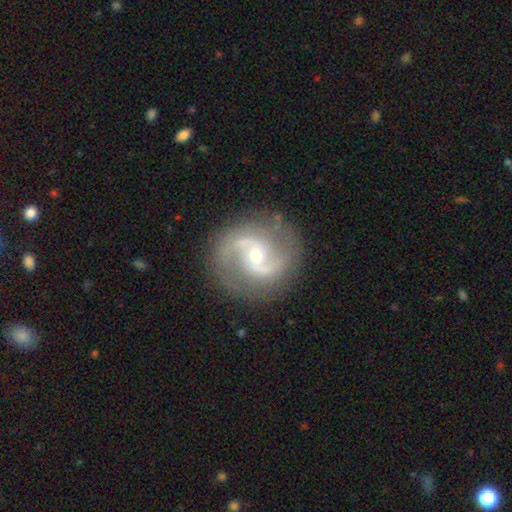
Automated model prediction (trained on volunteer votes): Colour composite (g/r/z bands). It shows a featured or disk galaxy (90%) with no bar (50%), 2 (93%) medium (59%) spiral arms (98%) and a small central bulge (59%). Merging: none (85%).